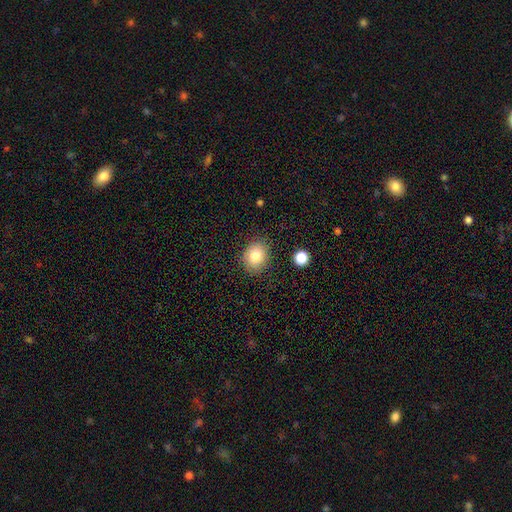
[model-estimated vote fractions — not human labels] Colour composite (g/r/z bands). It shows a smooth galaxy with no disk features (82%) that is round (55%). Merging: none (84%).